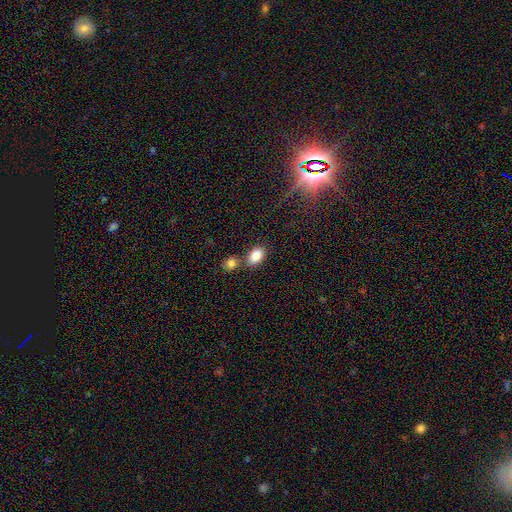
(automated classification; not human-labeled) Morphology: type=smooth (85%); roundness=in between (86%); merging=none (62%).